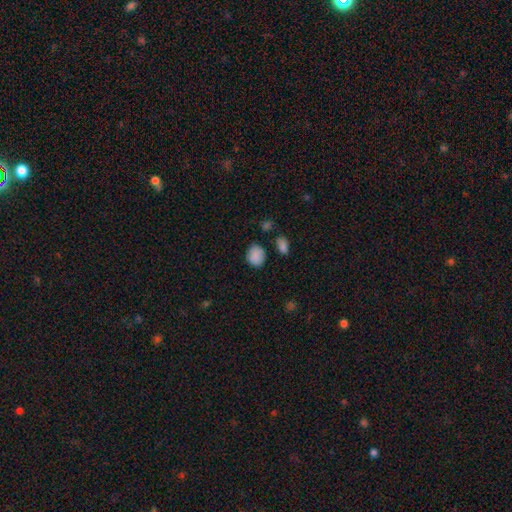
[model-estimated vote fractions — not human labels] smooth_or_featured: smooth (p=0.87) [alt: star or artifact p=0.09]
how_rounded: round (p=0.51) [alt: in between p=0.48]
merging: none (p=0.75) [alt: minor disturbance p=0.17]